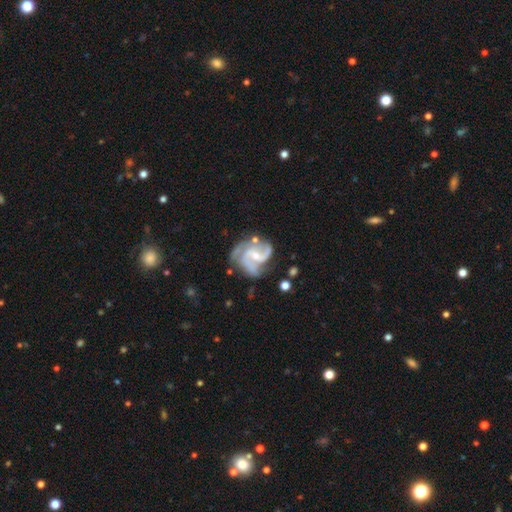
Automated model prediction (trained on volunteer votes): Smooth or featured? Predicted: featured or disk (p=0.89). Edge-on disk? Predicted: no (p=0.98). Bar? Predicted: no (p=0.45). Spiral arms? Predicted: yes (p=0.97). Spiral winding? Predicted: medium (p=0.55). Spiral arm count? Predicted: 2 (p=0.40). Bulge size? Predicted: small (p=0.62). Merging? Predicted: none (p=0.52).